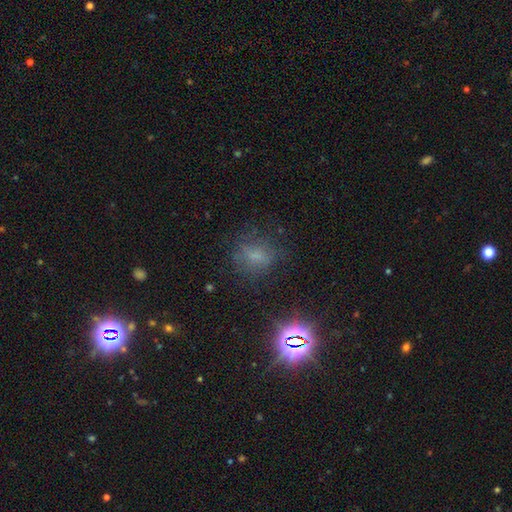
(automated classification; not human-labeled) A smooth galaxy with no disk features (50%). Merging: none (71%).